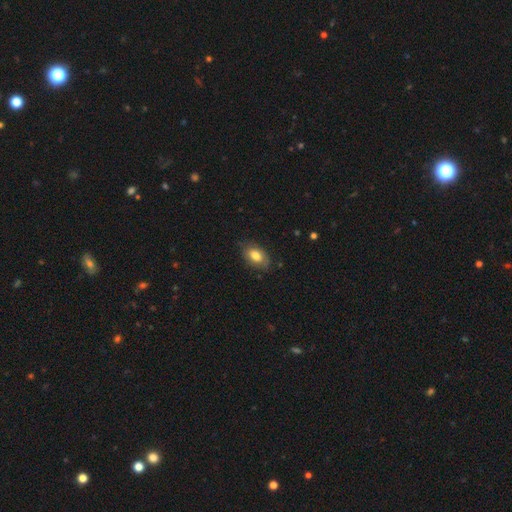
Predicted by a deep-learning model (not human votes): Smooth or featured?
  - smooth: 78% *
  - featured or disk: 14%
  - star or artifact: 8%
How rounded?
  - in between: 88% *
  - round: 10%
  - cigar-shaped: 2%
Merging?
  - none: 76% *
  - minor disturbance: 19%
  - major disturbance: 4%
  - merger: 1%